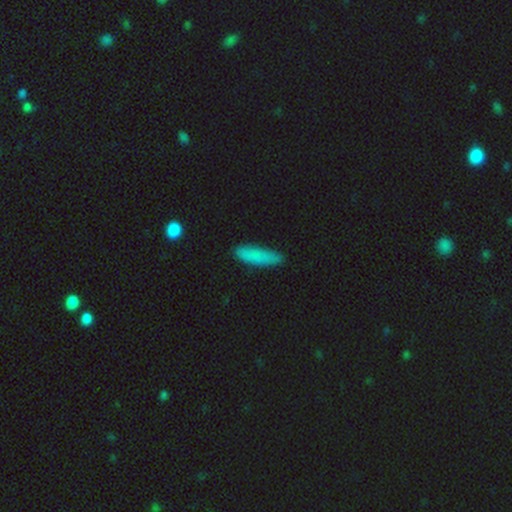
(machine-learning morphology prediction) A smooth galaxy with no disk features (84%) that is cigar-shaped (69%). Merging: none (78%).